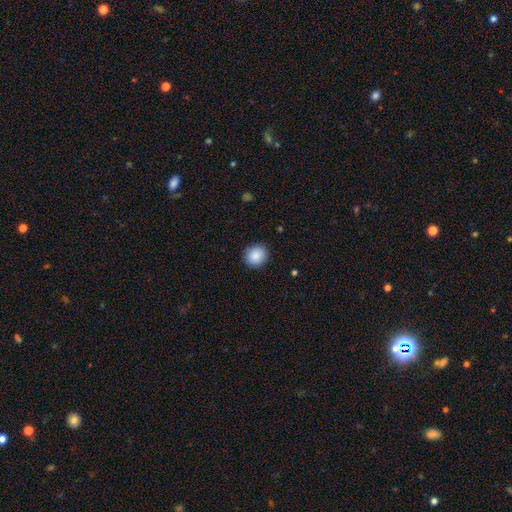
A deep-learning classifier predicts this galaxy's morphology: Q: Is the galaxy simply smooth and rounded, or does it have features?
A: smooth — 88%.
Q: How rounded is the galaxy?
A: round — 84%.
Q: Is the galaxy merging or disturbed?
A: none — 90%.